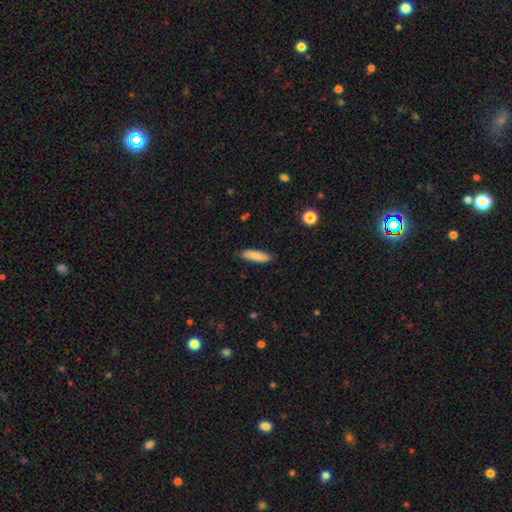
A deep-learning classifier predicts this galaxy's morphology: This appears to be a smooth galaxy with no disk features (84%) that is cigar-shaped (55%). Merging: none (86%).